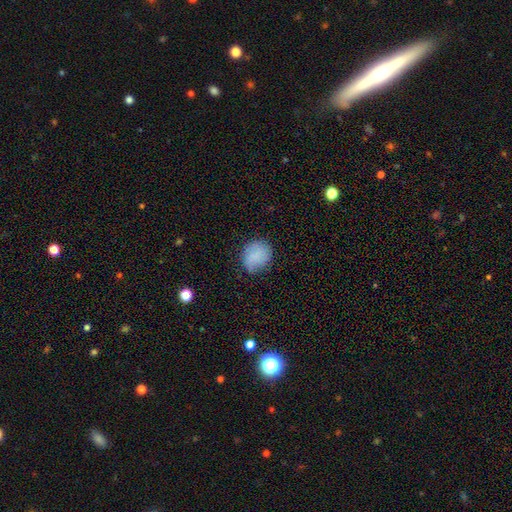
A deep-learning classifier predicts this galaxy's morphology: smooth-or-featured: smooth: 82% | featured or disk: 9% | star or artifact: 9%
  how-rounded: round: 69% | in between: 30% | cigar-shaped: 1%
  merging: none: 75% | minor disturbance: 19% | major disturbance: 5% | merger: 1%